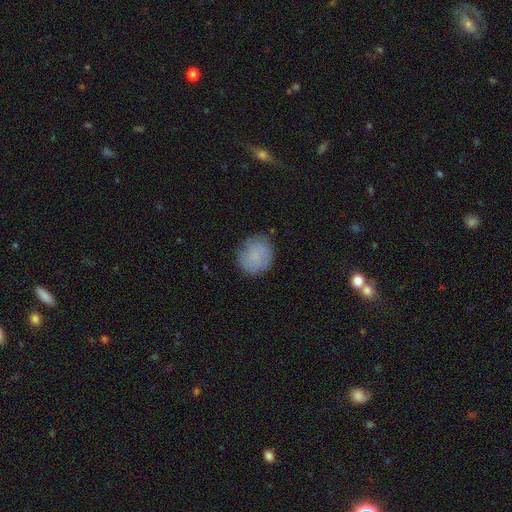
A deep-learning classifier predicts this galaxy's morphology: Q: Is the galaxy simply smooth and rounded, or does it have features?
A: smooth — 74%.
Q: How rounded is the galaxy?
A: round — 83%.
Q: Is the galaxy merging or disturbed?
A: none — 79%.